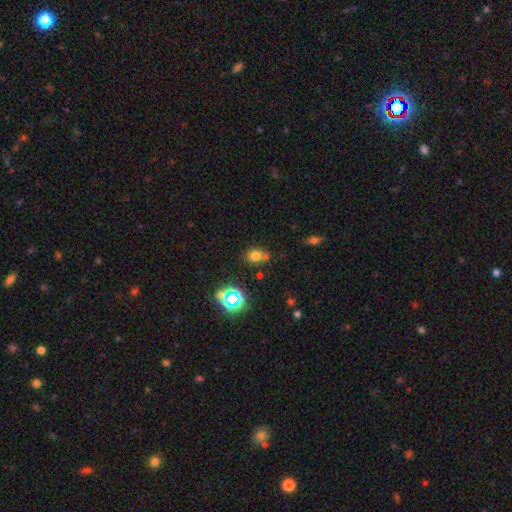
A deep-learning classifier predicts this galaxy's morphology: smooth 69%, star or artifact 22%, featured or disk 9%. Down the decision tree: how rounded — round (52%); merging — none (67%).